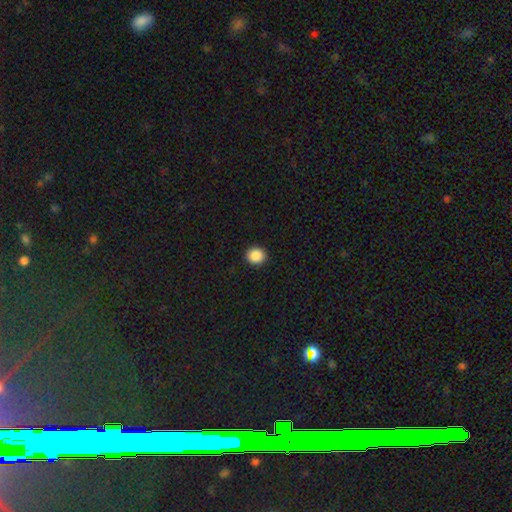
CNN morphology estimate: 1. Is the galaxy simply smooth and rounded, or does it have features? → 88% smooth, 9% star or artifact, 3% featured or disk.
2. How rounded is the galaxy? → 86% round, 13% in between, 1% cigar-shaped.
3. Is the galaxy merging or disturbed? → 93% none, 5% minor disturbance, 2% major disturbance, 1% merger.